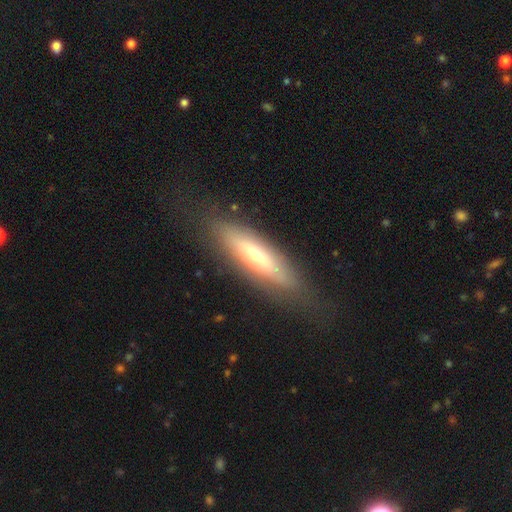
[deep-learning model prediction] Smooth or featured? smooth (50%)
Merging? none (77%)